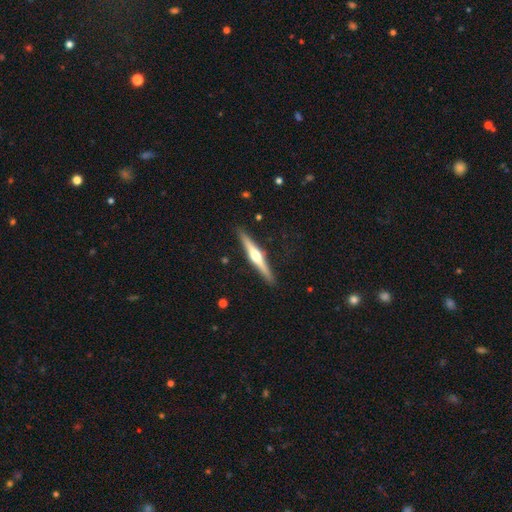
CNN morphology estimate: A featured or disk galaxy (75%) viewed edge-on (98%) with a rounded central bulge (93%). Merging: none (91%).